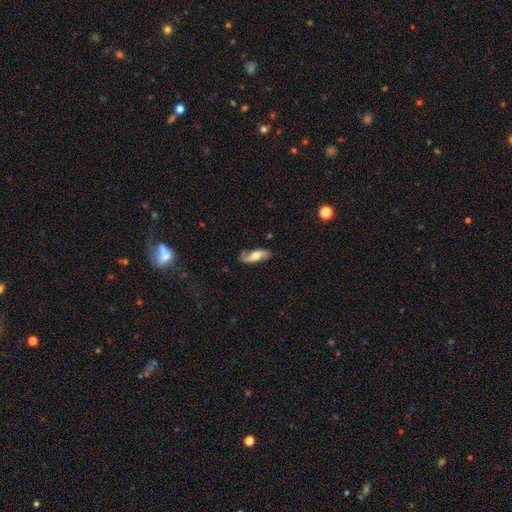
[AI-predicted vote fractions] Smooth or featured?
  - featured or disk: 67% *
  - smooth: 27%
  - star or artifact: 6%
Edge-on disk?
  - no: 83% *
  - yes: 17%
Bar?
  - no: 54% *
  - weak: 32%
  - strong: 13%
Spiral arms?
  - yes: 89% *
  - no: 11%
Bulge size?
  - moderate: 52% *
  - large: 34%
  - small: 9%
  - none: 3%
  - dominant: 3%
Merging?
  - none: 78% *
  - minor disturbance: 16%
  - major disturbance: 5%
  - merger: 2%